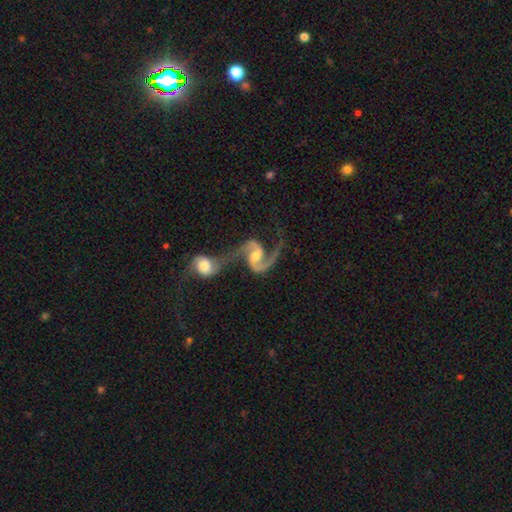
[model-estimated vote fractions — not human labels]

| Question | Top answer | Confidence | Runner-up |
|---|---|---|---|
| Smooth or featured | featured or disk | 92% | smooth (4%) |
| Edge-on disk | no | 98% | yes (2%) |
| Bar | weak | 47% | strong (28%) |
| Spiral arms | yes | 98% | no (2%) |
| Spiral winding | loose | 50% | medium (42%) |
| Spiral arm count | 2 | 91% | 1 (4%) |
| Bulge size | moderate | 59% | small (26%) |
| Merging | merger | 65% | none (21%) |